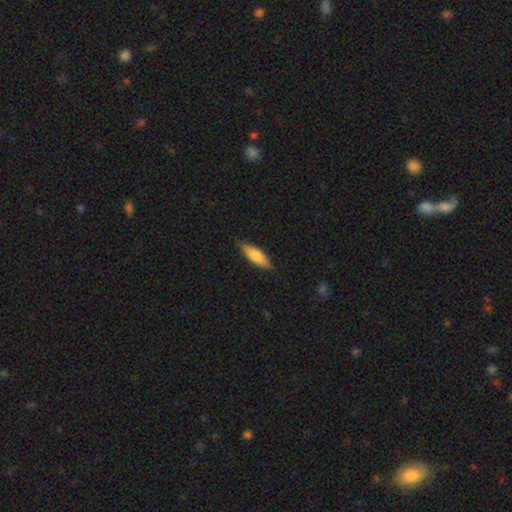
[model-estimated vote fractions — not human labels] A smooth galaxy with no disk features (79%) that is cigar-shaped (50%).

Vote fractions:
- Smooth or featured? smooth: 79% / featured or disk: 16% / star or artifact: 6%
- How rounded? cigar-shaped: 50% / in between: 49% / round: 2%
- Merging? none: 83% / minor disturbance: 14% / major disturbance: 2% / merger: 1%